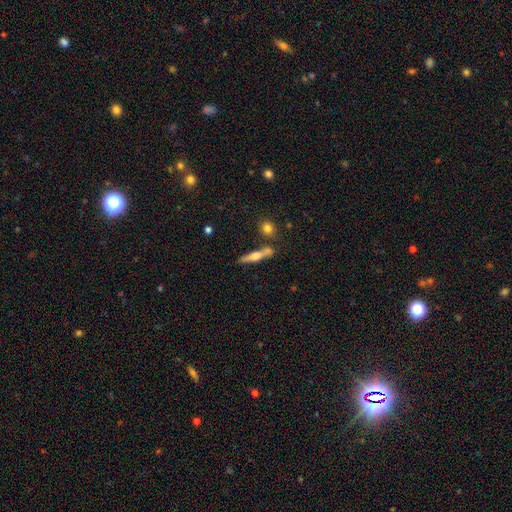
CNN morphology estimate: smooth_or_featured: featured or disk (p=0.51) [alt: smooth p=0.42]
disk_edge_on: yes (p=0.94) [alt: no p=0.06]
merging: none (p=0.71) [alt: merger p=0.13]